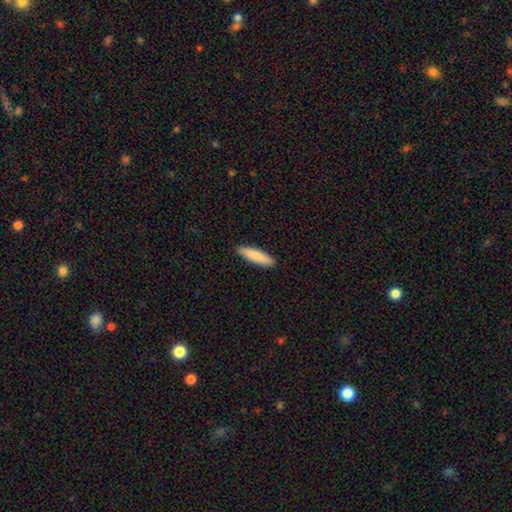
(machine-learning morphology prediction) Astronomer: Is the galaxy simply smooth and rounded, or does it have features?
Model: smooth — 86%.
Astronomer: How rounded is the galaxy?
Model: cigar-shaped — 71%.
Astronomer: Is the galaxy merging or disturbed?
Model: none — 90%.